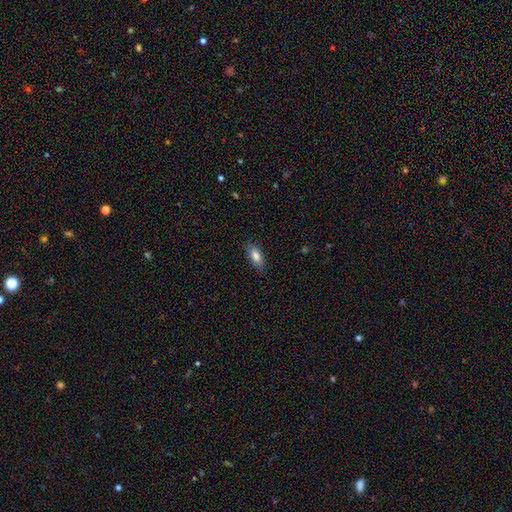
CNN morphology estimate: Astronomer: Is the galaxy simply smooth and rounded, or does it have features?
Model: smooth — 83%.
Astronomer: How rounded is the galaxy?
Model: in between — 82%.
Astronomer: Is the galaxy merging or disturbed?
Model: none — 84%.